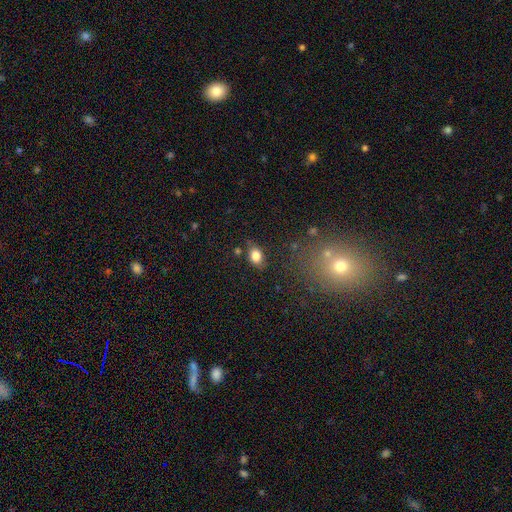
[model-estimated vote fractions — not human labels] smooth 82%, star or artifact 10%, featured or disk 8%. Down the decision tree: how rounded — in between (77%); merging — none (80%).